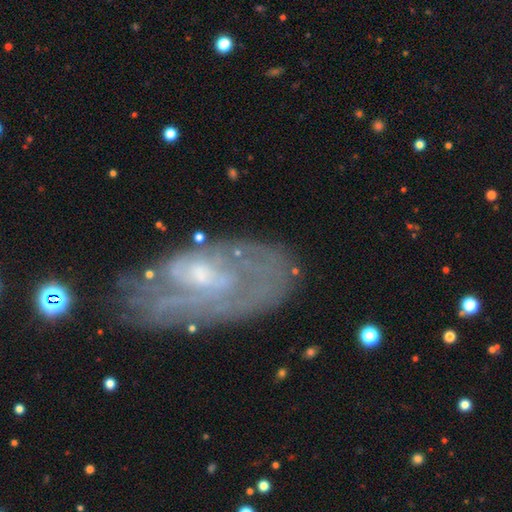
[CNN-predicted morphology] Smooth or featured: featured or disk — 71% (smooth — 21%)
Edge-on disk: no — 91% (yes — 9%)
Bar: no — 63% (weak — 31%)
Spiral arms: yes — 63% (no — 37%)
Bulge size: small — 56% (moderate — 33%)
Merging: none — 66% (minor disturbance — 21%)